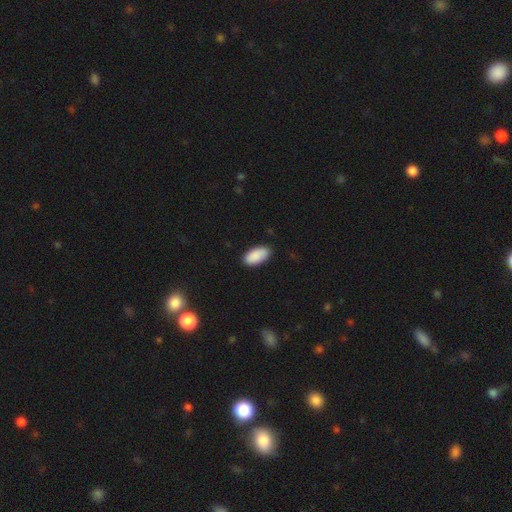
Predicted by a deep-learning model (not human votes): Overall: smooth (91%). How rounded: in between (94%). Merging: none (86%).